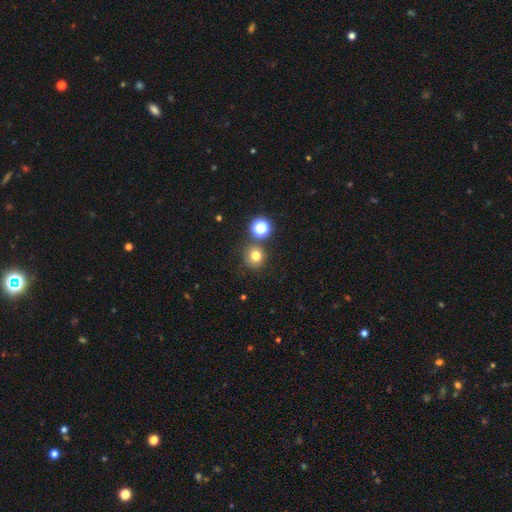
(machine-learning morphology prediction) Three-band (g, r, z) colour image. It shows a smooth galaxy with no disk features (74%) that is round (89%). Merging: none (78%).